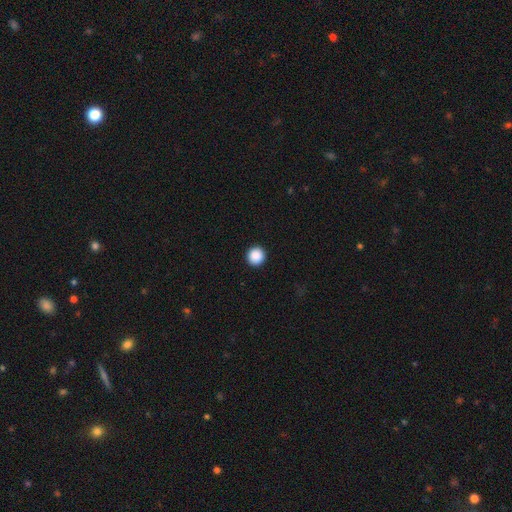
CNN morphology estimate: Smooth or featured: smooth — 89% (star or artifact — 9%)
How rounded: round — 95% (in between — 4%)
Merging: none — 93% (minor disturbance — 4%)